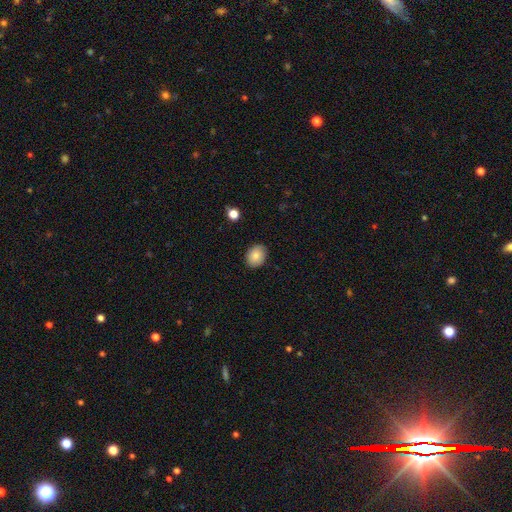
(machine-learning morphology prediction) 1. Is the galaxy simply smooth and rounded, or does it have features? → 84% smooth, 8% star or artifact, 7% featured or disk.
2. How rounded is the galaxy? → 56% in between, 43% round, 1% cigar-shaped.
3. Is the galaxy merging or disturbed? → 88% none, 9% minor disturbance, 2% major disturbance, 1% merger.